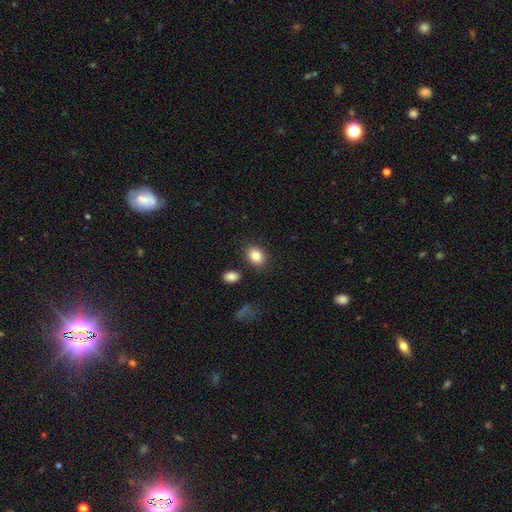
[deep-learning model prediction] smooth 85%, star or artifact 9%, featured or disk 7%. Down the decision tree: how rounded — in between (61%); merging — none (83%).